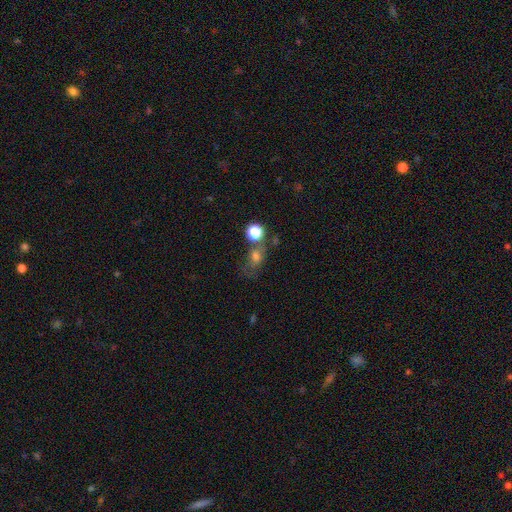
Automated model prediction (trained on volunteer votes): Overall: smooth (48%; star or artifact 34%). Merging: none (54%; merger 19%).